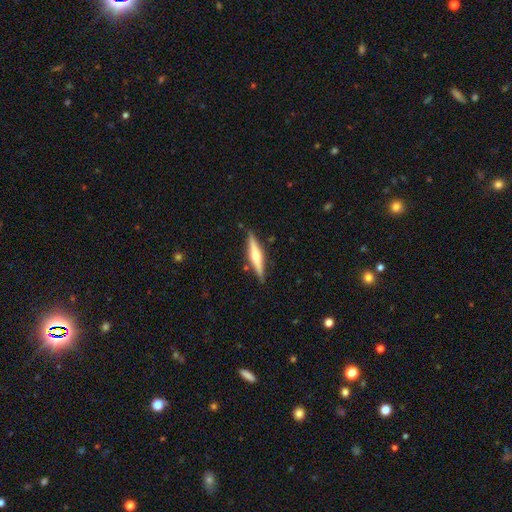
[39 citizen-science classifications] smooth_or_featured: featured or disk (p=0.67) [alt: smooth p=0.26]
disk_edge_on: yes (p=1.00)
edge_on_bulge: rounded (p=0.88) [alt: none p=0.12]
merging: none (p=0.94) [alt: minor disturbance p=0.06]